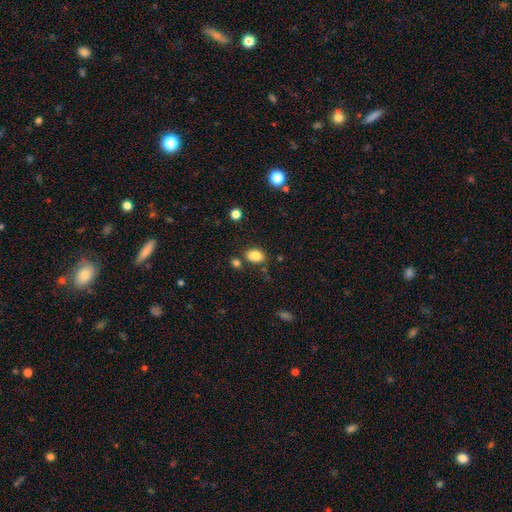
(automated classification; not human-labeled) smooth_or_featured: smooth (p=0.83) [alt: star or artifact p=0.10]
how_rounded: in between (p=0.80) [alt: round p=0.19]
merging: none (p=0.72) [alt: minor disturbance p=0.14]